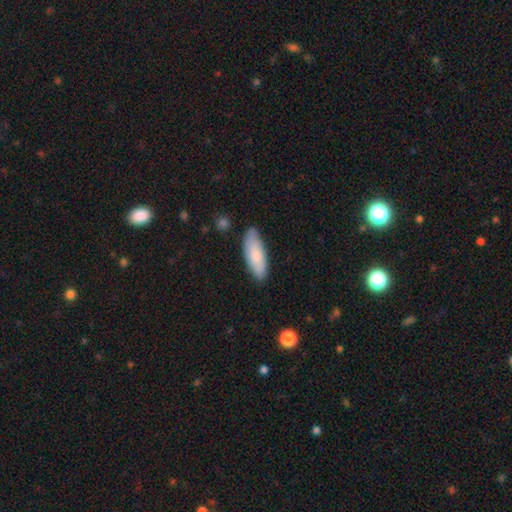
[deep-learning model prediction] Smooth or featured: smooth — 81% (featured or disk — 14%)
How rounded: in between — 66% (cigar-shaped — 33%)
Merging: none — 81% (minor disturbance — 15%)